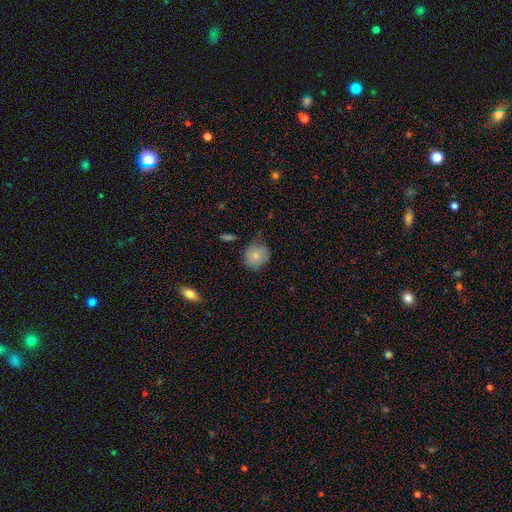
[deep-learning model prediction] Smooth or featured?
  - smooth: 73% *
  - featured or disk: 19%
  - star or artifact: 8%
How rounded?
  - round: 76% *
  - in between: 23%
  - cigar-shaped: 1%
Merging?
  - none: 67% *
  - minor disturbance: 26%
  - major disturbance: 5%
  - merger: 2%